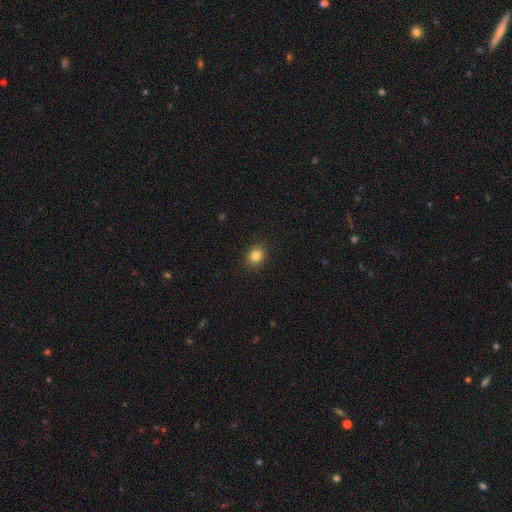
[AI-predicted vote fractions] This appears to be a smooth galaxy with no disk features (83%) that is in between round and cigar-shaped (56%). Merging: none (90%).